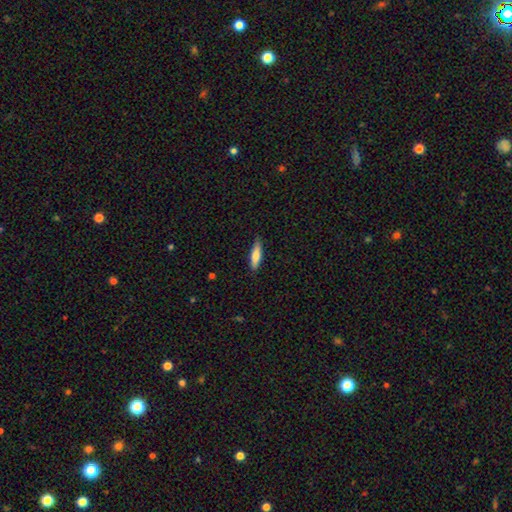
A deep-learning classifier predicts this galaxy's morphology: Smooth or featured?
  - smooth: 73% *
  - featured or disk: 21%
  - star or artifact: 6%
How rounded?
  - cigar-shaped: 71% *
  - in between: 28%
  - round: 2%
Merging?
  - none: 84% *
  - minor disturbance: 13%
  - major disturbance: 2%
  - merger: 1%